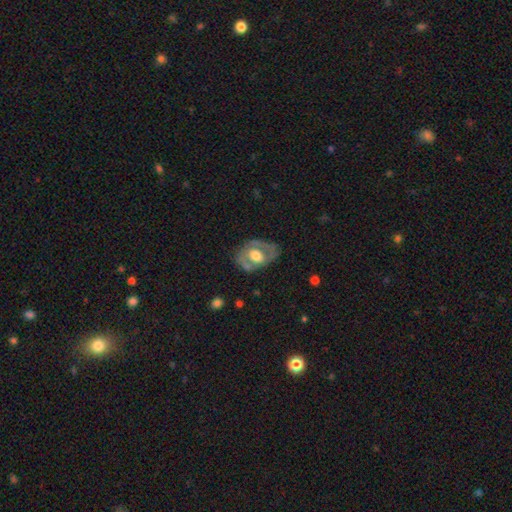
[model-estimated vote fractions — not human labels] This appears to be a featured or disk galaxy (62%) with no bar (66%), no spiral arms (59%) and a moderate central bulge (46%). Merging: none (60%).